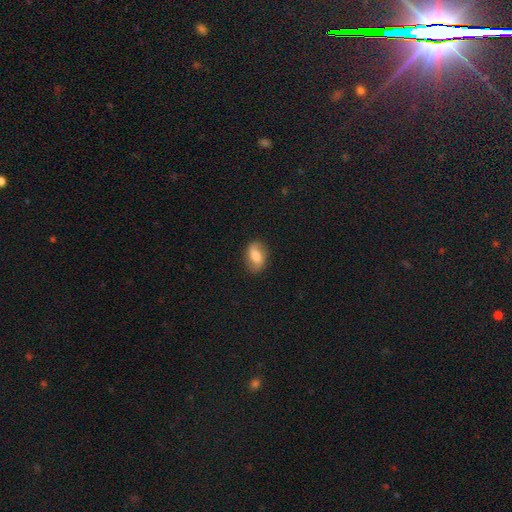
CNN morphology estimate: Smooth or featured?
  - smooth: 47% *
  - featured or disk: 44%
  - star or artifact: 8%
Merging?
  - none: 81% *
  - minor disturbance: 14%
  - major disturbance: 4%
  - merger: 1%